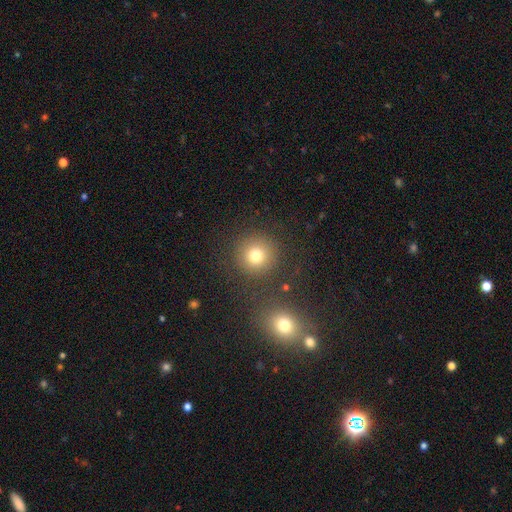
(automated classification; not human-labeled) This is likely a smooth galaxy (77%). How rounded: clearly round (94%). Merging: clearly none (83%).